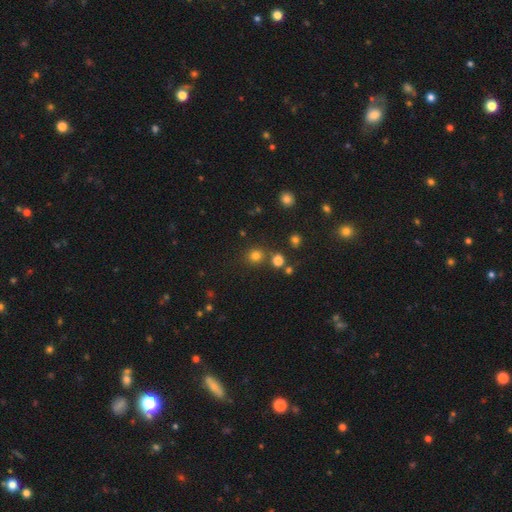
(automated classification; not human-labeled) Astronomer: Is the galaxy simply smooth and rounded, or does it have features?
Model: smooth — 76%.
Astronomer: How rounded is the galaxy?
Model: round — 90%.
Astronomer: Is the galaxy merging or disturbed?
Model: none — 79%.